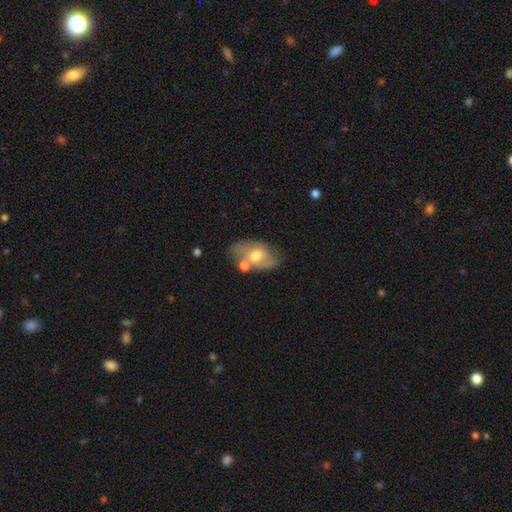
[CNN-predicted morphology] type=smooth (47%); merging=none (53%).